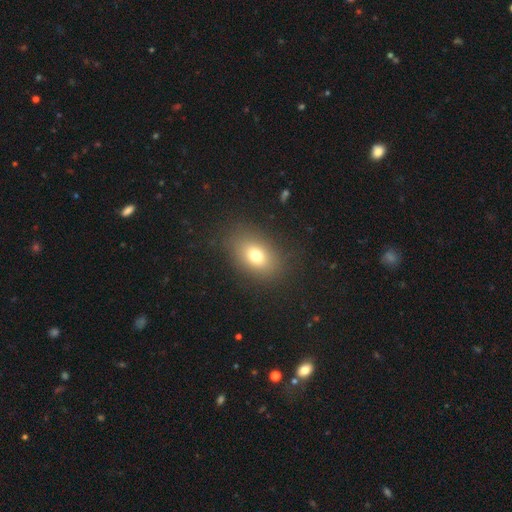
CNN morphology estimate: Smooth or featured: smooth — 74% (featured or disk — 13%)
How rounded: in between — 76% (round — 22%)
Merging: none — 84% (minor disturbance — 10%)